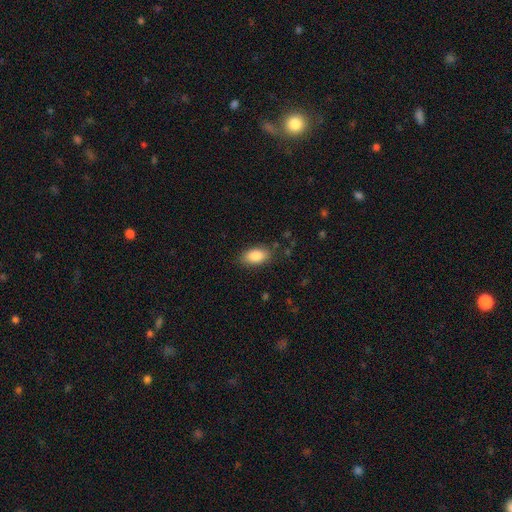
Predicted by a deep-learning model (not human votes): Smooth or featured: smooth — 87% (star or artifact — 7%)
How rounded: in between — 92% (round — 5%)
Merging: none — 84% (minor disturbance — 12%)